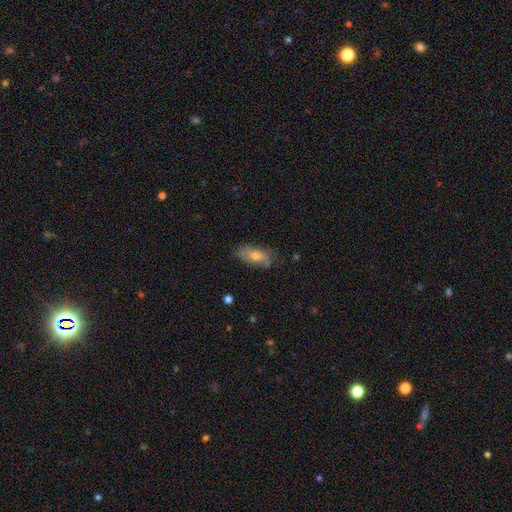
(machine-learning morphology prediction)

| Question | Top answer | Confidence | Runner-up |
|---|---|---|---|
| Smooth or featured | smooth | 53% | featured or disk (38%) |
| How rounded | in between | 80% | cigar-shaped (17%) |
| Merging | none | 70% | minor disturbance (22%) |